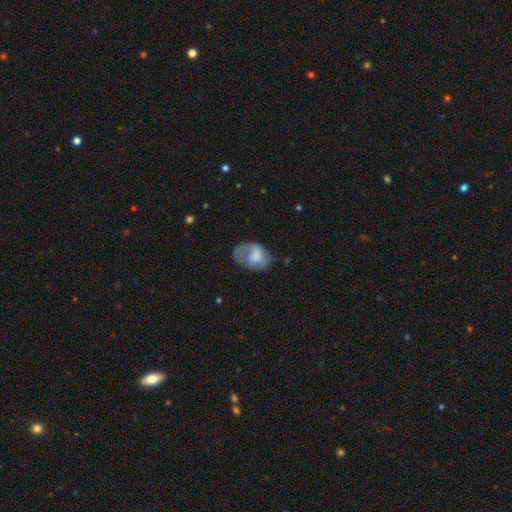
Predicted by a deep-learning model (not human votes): Smooth or featured: smooth — 54% (featured or disk — 39%)
How rounded: in between — 79% (round — 20%)
Merging: none — 39% (major disturbance — 30%)